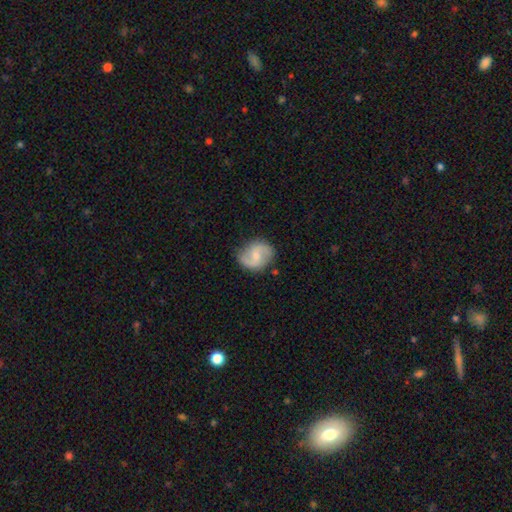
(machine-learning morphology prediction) Smooth or featured? Predicted: featured or disk (p=0.74). Edge-on disk? Predicted: no (p=0.98). Bar? Predicted: weak (p=0.51). Spiral arms? Predicted: yes (p=0.94). Spiral winding? Predicted: medium (p=0.44). Spiral arm count? Predicted: 2 (p=0.91). Bulge size? Predicted: small (p=0.53). Merging? Predicted: none (p=0.80).